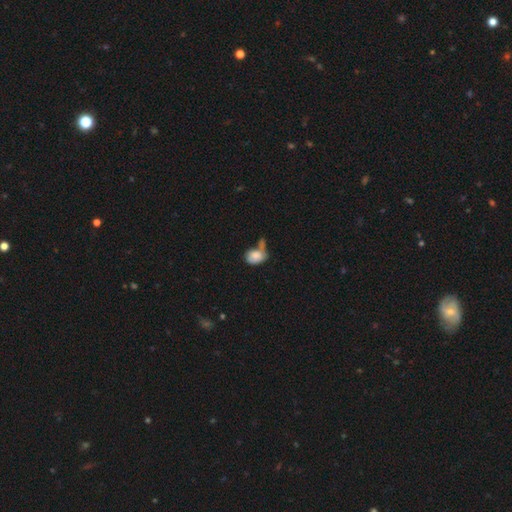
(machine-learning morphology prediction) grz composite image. It shows a smooth galaxy with no disk features (79%) that is in between round and cigar-shaped (75%). Merging: merger (35%).